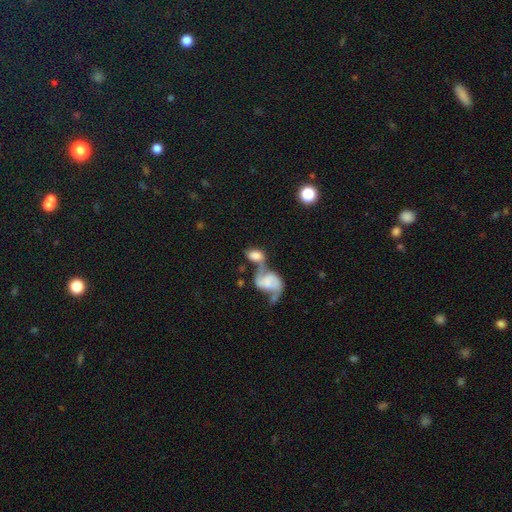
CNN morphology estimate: Overall: smooth (59%; featured or disk 32%). How rounded: in between (82%). Merging: merger (61%).